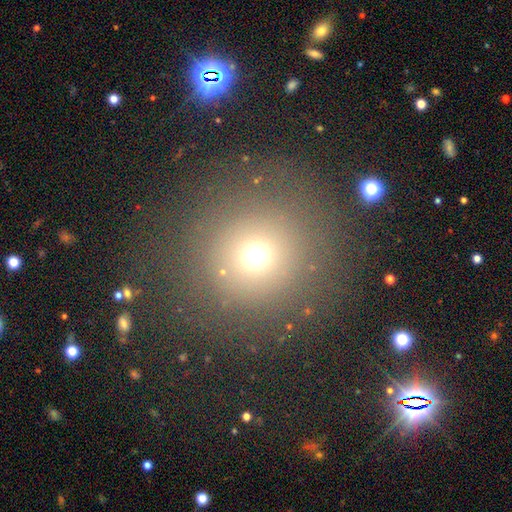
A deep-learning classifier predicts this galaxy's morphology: smooth 67%, star or artifact 23%, featured or disk 9%. Down the decision tree: how rounded — round (93%); merging — none (83%).